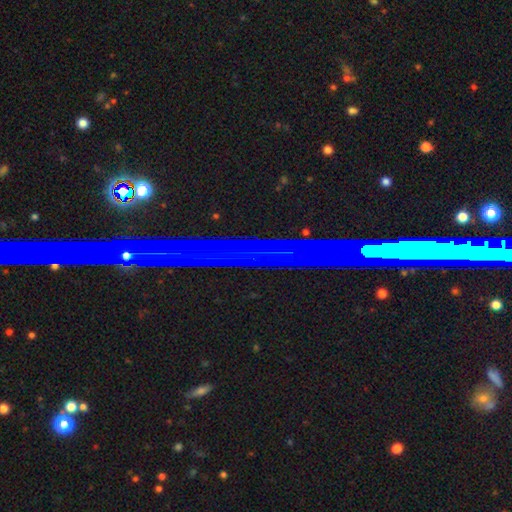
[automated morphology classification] Q: Smooth or featured?
A: star or artifact (64%); runner-up: featured or disk (24%)